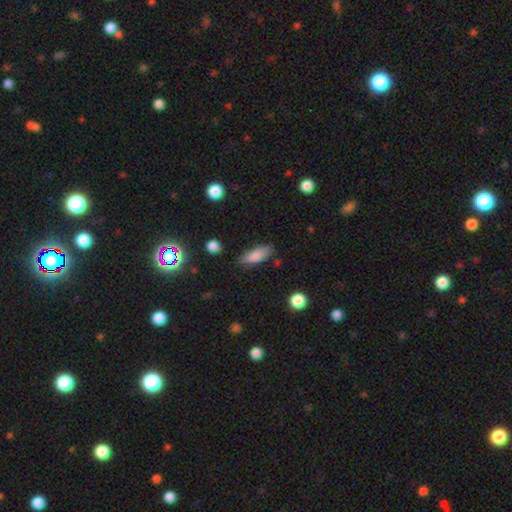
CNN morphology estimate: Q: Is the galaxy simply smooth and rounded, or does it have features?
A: smooth — 82%.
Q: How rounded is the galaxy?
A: in between — 65%.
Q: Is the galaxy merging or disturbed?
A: none — 79%.